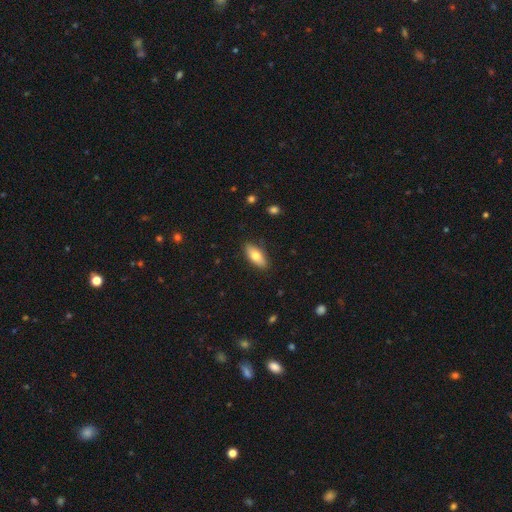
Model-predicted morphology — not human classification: Smooth or featured?
  - smooth: 72% *
  - featured or disk: 22%
  - star or artifact: 6%
How rounded?
  - in between: 77% *
  - cigar-shaped: 20%
  - round: 3%
Merging?
  - none: 87% *
  - minor disturbance: 10%
  - major disturbance: 2%
  - merger: 1%